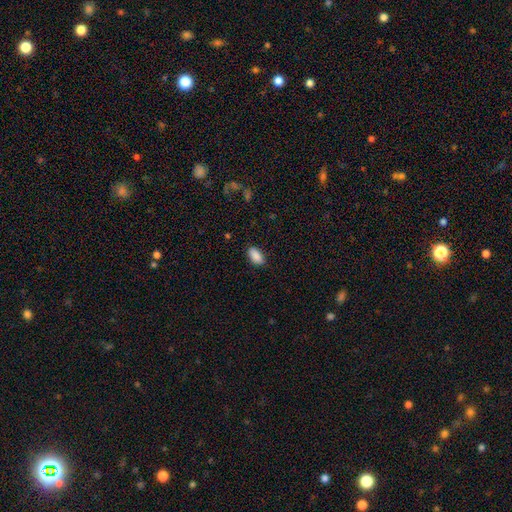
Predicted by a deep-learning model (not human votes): The model was most divided on "merging": none: 86%, minor disturbance: 11%, major disturbance: 2%, merger: 1%. More confident: how rounded — in between (93%); smooth or featured — smooth (89%).